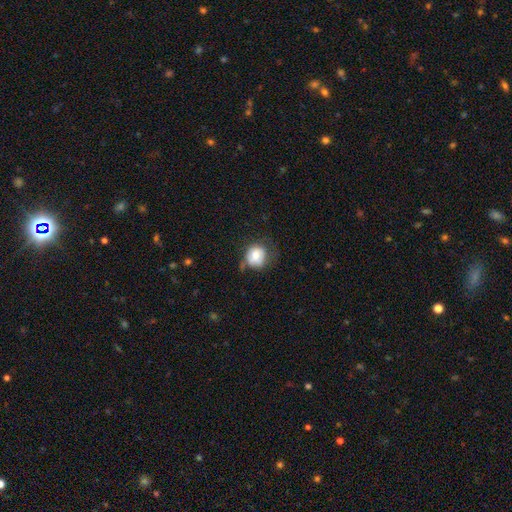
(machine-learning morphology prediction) type=smooth (72%); roundness=round (81%); merging=none (54%).